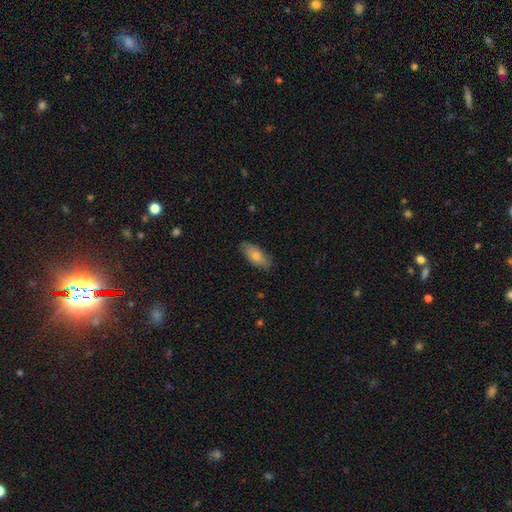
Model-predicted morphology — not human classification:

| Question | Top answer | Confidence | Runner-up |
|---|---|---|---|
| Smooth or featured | smooth | 76% | featured or disk (18%) |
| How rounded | in between | 84% | cigar-shaped (14%) |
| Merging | none | 82% | minor disturbance (14%) |